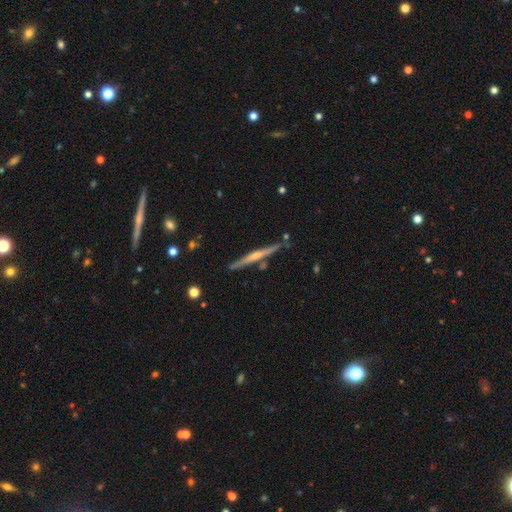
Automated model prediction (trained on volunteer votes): Q: Smooth or featured?
A: featured or disk (77%); runner-up: smooth (15%)
Q: Edge-on disk?
A: yes (97%); runner-up: no (3%)
Q: Edge-on bulge?
A: rounded (73%); runner-up: none (19%)
Q: Merging?
A: none (83%); runner-up: minor disturbance (12%)